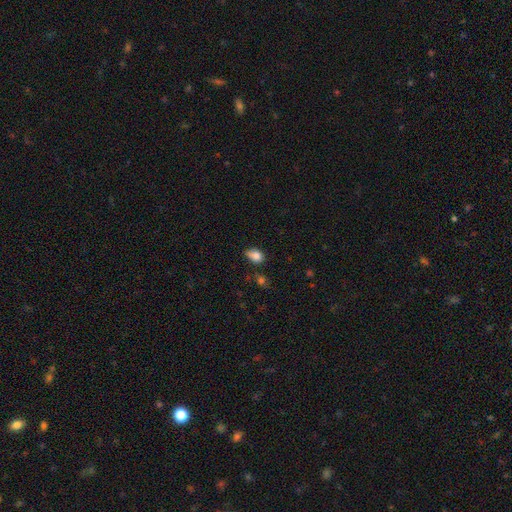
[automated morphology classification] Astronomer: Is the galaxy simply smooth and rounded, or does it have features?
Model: smooth — 81%.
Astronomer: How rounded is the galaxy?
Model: in between — 73%.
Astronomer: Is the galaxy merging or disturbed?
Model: none — 45% (runner-up: minor disturbance, 38%).